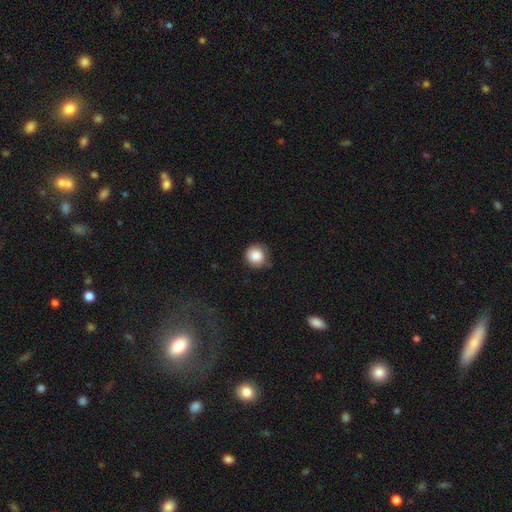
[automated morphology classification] A smooth galaxy with no disk features (87%) that is round (91%). Merging: none (70%).